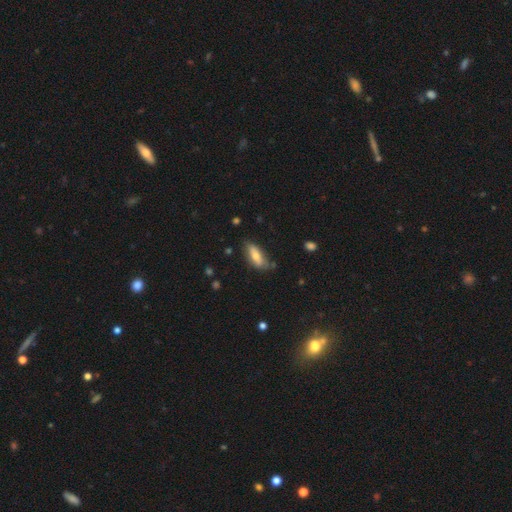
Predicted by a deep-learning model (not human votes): Smooth or featured? smooth (67%)
How rounded? in between (69%)
Merging? none (65%)